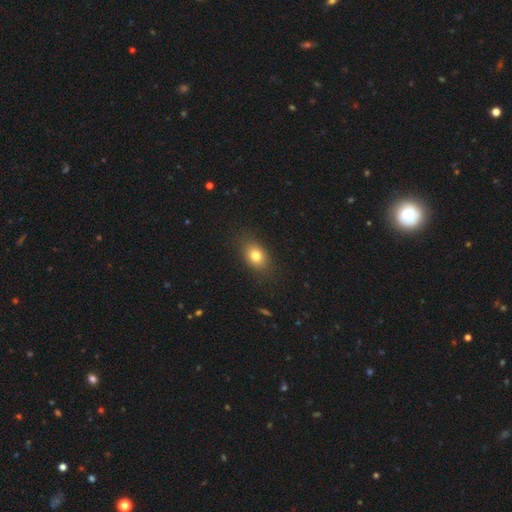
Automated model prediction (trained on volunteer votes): Smooth or featured?
  - smooth: 79% *
  - star or artifact: 11%
  - featured or disk: 10%
How rounded?
  - in between: 67% *
  - round: 31%
  - cigar-shaped: 2%
Merging?
  - none: 83% *
  - minor disturbance: 12%
  - major disturbance: 4%
  - merger: 1%